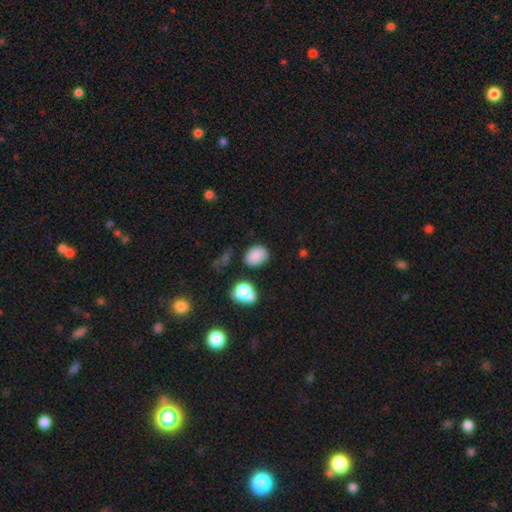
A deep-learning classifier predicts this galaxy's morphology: A smooth galaxy with no disk features (82%) that is in between round and cigar-shaped (59%).

Vote fractions:
- Smooth or featured? smooth: 82% / star or artifact: 11% / featured or disk: 7%
- How rounded? in between: 59% / round: 40% / cigar-shaped: 1%
- Merging? none: 72% / minor disturbance: 18% / major disturbance: 5% / merger: 5%